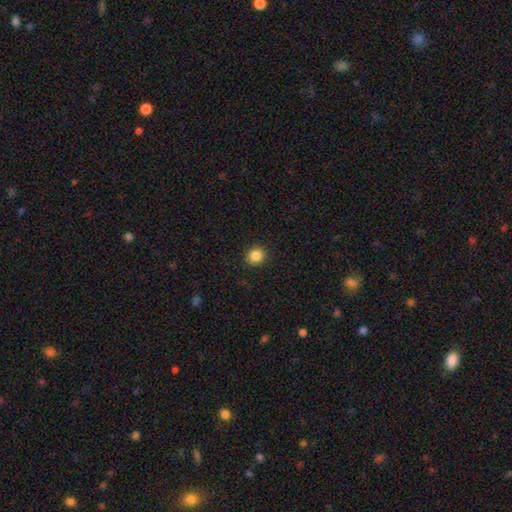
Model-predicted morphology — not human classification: A smooth galaxy with no disk features (85%) that is round (84%).

Vote fractions:
- Smooth or featured? smooth: 85% / star or artifact: 10% / featured or disk: 4%
- How rounded? round: 84% / in between: 15% / cigar-shaped: 1%
- Merging? none: 91% / minor disturbance: 6% / major disturbance: 2% / merger: 1%